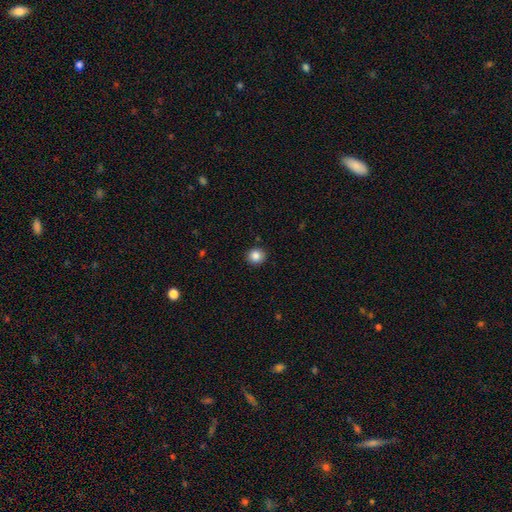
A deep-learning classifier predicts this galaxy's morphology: This appears to be a smooth galaxy with no disk features (85%) that is round (88%). Merging: none (91%).